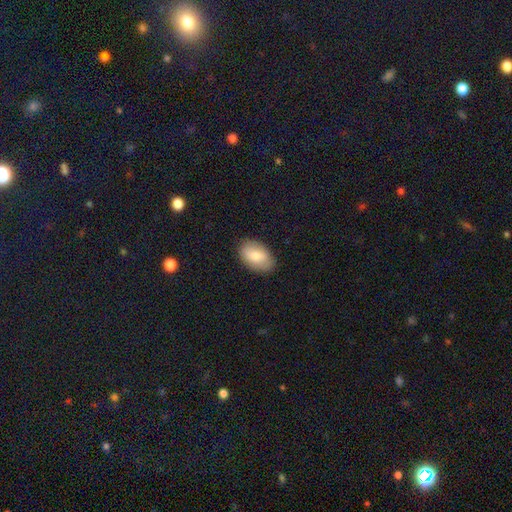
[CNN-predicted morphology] This is likely a smooth galaxy (78%). How rounded: clearly in between (91%). Merging: clearly none (85%).